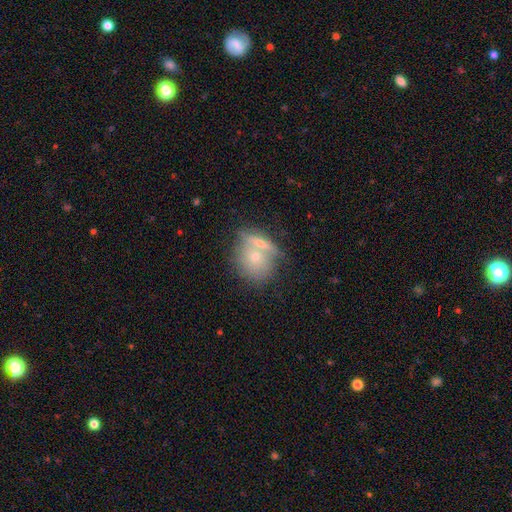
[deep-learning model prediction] Smooth or featured?
  - smooth: 59% *
  - featured or disk: 31%
  - star or artifact: 10%
How rounded?
  - round: 71% *
  - in between: 25%
  - cigar-shaped: 4%
Merging?
  - merger: 42% * (tied)
  - none: 42% * (tied)
  - minor disturbance: 11%
  - major disturbance: 5%